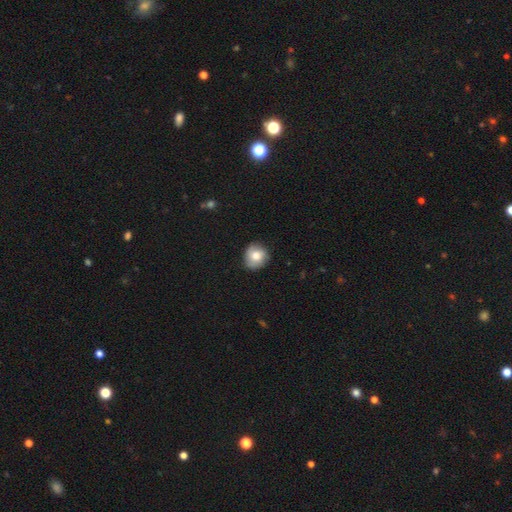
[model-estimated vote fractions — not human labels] Smooth or featured?
  - smooth: 70% *
  - featured or disk: 22%
  - star or artifact: 8%
How rounded?
  - round: 84% *
  - in between: 16%
  - cigar-shaped: 1%
Merging?
  - none: 77% *
  - minor disturbance: 18%
  - major disturbance: 4%
  - merger: 1%